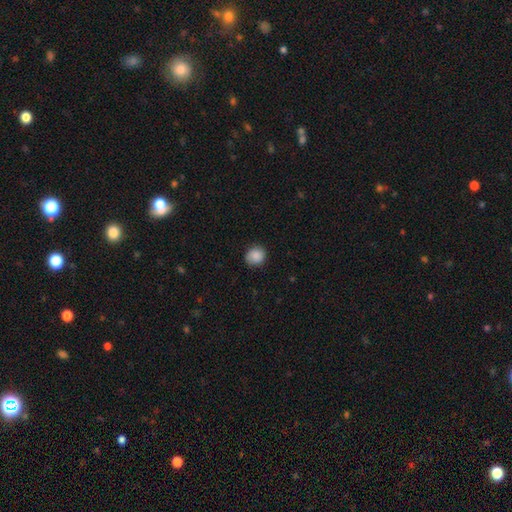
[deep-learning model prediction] This is clearly a smooth galaxy (87%). How rounded: clearly round (85%). Merging: clearly none (86%).